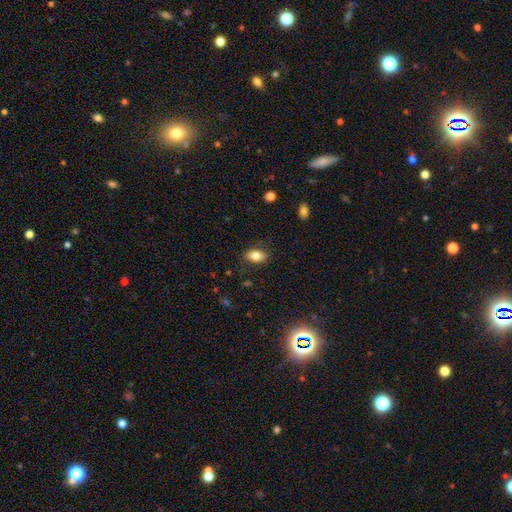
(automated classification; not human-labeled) A smooth galaxy with no disk features (80%) that is in between round and cigar-shaped (89%). Merging: none (84%).